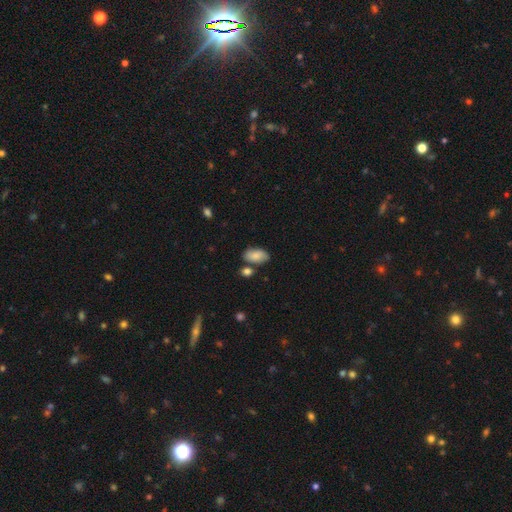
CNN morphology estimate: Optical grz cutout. It shows a smooth galaxy with no disk features (82%) that is in between round and cigar-shaped (93%). Merging: none (69%).